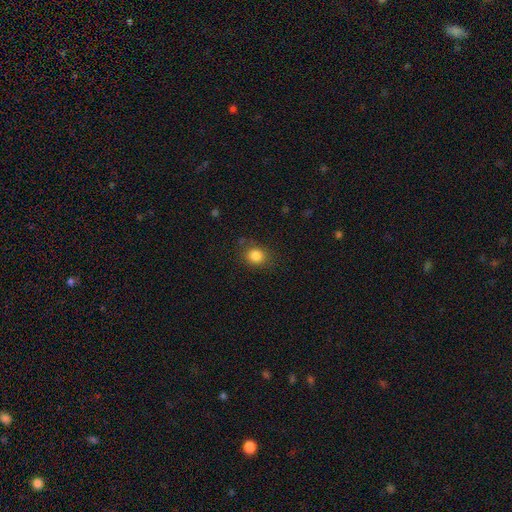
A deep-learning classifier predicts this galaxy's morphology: This is clearly a smooth galaxy (84%). How rounded: likely round (71%). Merging: clearly none (81%).